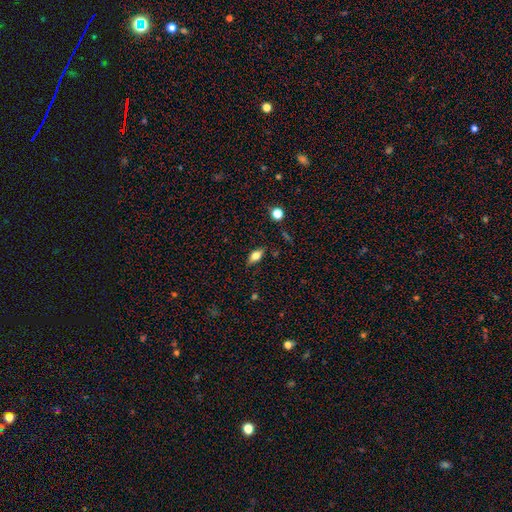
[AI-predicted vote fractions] Q: Smooth or featured?
A: smooth (66%); runner-up: featured or disk (24%)
Q: How rounded?
A: in between (82%); runner-up: cigar-shaped (11%)
Q: Merging?
A: none (83%); runner-up: minor disturbance (13%)